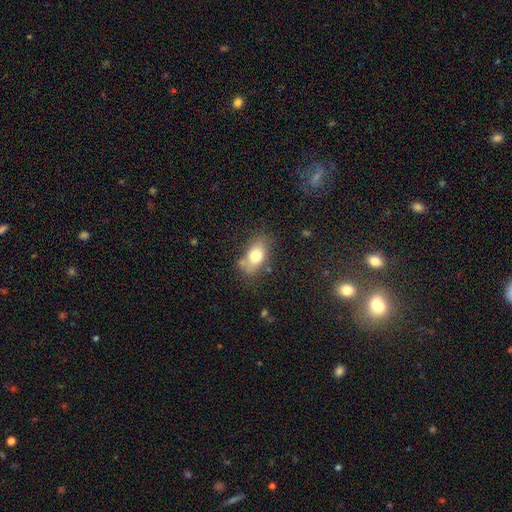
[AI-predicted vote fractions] Q: Smooth or featured?
A: smooth (75%); runner-up: featured or disk (17%)
Q: How rounded?
A: in between (86%); runner-up: round (12%)
Q: Merging?
A: none (63%); runner-up: minor disturbance (23%)